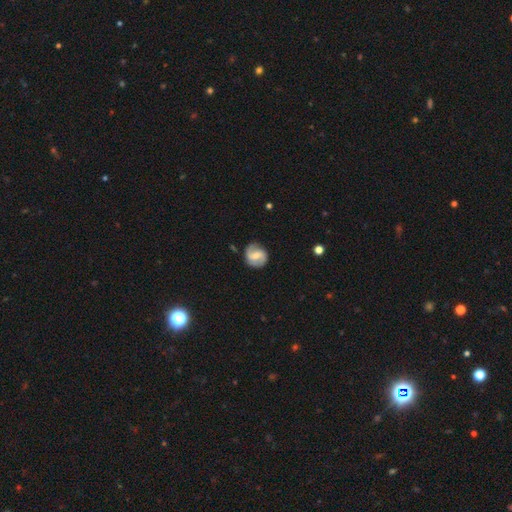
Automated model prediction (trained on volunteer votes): This is likely a featured or disk galaxy (76%). It is clearly not viewed edge-on (98%). Bar: possibly weak (53%). Spiral arm pattern: clearly yes (94%). Spiral arm count: clearly 2 (90%). Spiral winding: possibly medium (47%). Central bulge: marginally small (42%). Merging: clearly none (82%).